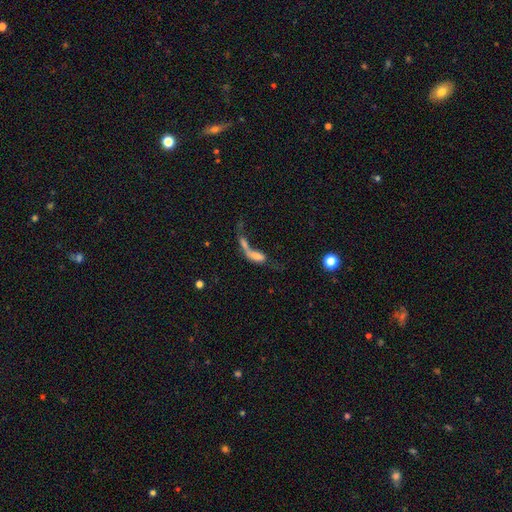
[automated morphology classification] Q: Smooth or featured?
A: smooth (53%); runner-up: featured or disk (34%)
Q: How rounded?
A: in between (61%); runner-up: cigar-shaped (32%)
Q: Merging?
A: merger (59%); runner-up: major disturbance (22%)